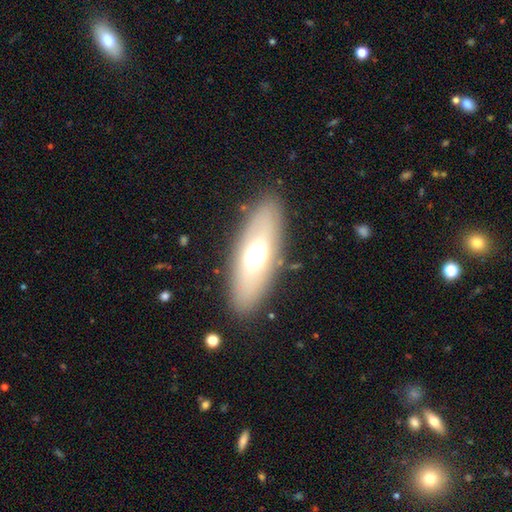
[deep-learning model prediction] This is possibly a smooth galaxy (54%). How rounded: likely in between (69%). Merging: clearly none (85%).